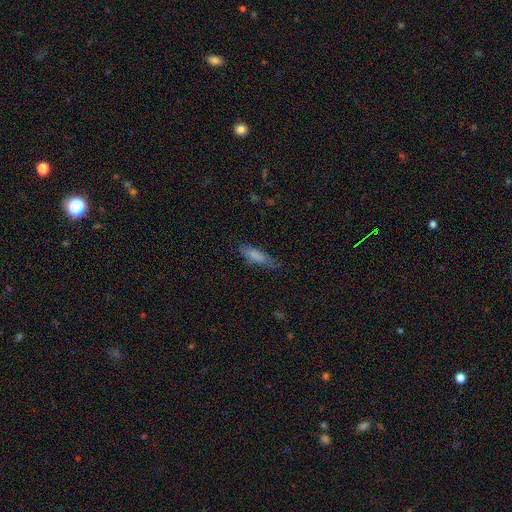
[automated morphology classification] The model was most divided on "how rounded": cigar-shaped: 59%, in between: 39%, round: 2%. More confident: smooth or featured — smooth (78%); merging — none (65%).